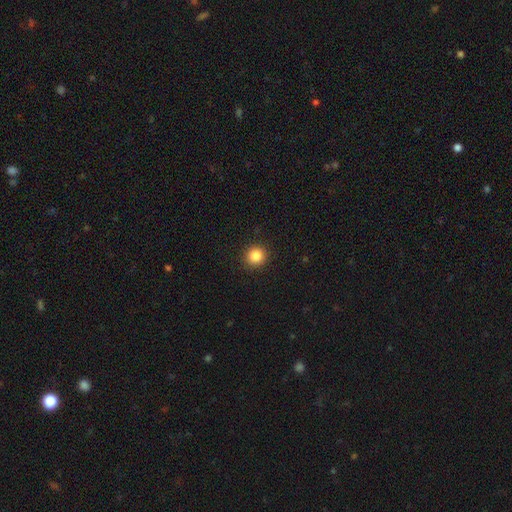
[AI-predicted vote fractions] A smooth galaxy with no disk features (85%) that is round (91%). Merging: none (92%).